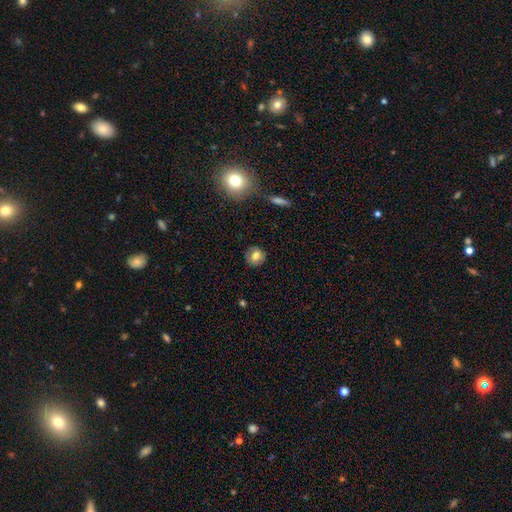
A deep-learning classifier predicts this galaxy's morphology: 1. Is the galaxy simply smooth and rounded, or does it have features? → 77% smooth, 14% featured or disk, 9% star or artifact.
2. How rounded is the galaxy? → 88% round, 11% in between, 1% cigar-shaped.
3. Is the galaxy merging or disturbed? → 88% none, 9% minor disturbance, 2% major disturbance, 1% merger.